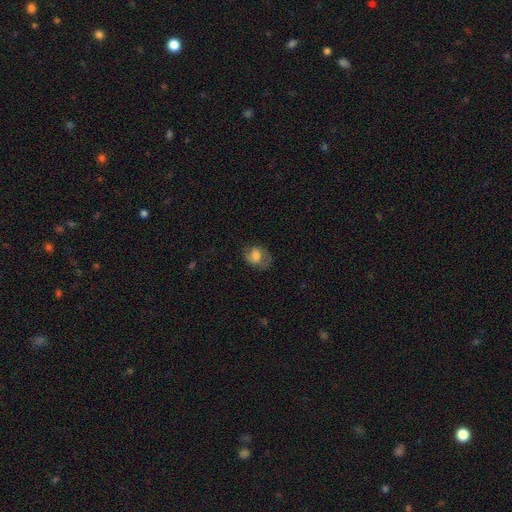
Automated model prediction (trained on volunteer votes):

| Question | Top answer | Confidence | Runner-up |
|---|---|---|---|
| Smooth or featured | smooth | 61% | featured or disk (30%) |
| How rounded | in between | 56% | round (43%) |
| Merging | none | 62% | minor disturbance (23%) |